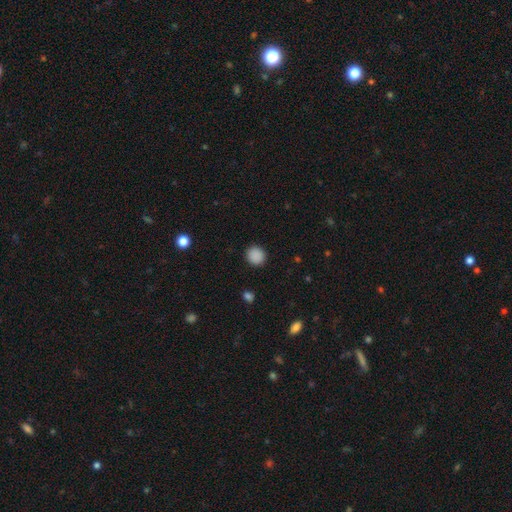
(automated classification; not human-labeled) Smooth or featured? smooth (88%)
How rounded? round (87%)
Merging? none (90%)